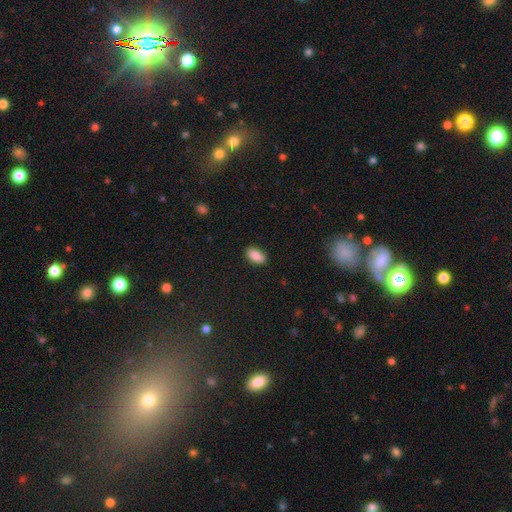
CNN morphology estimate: Smooth or featured?
  - smooth: 89% *
  - star or artifact: 8%
  - featured or disk: 3%
How rounded?
  - in between: 93% *
  - cigar-shaped: 4%
  - round: 3%
Merging?
  - none: 88% *
  - minor disturbance: 9%
  - major disturbance: 2%
  - merger: 1%